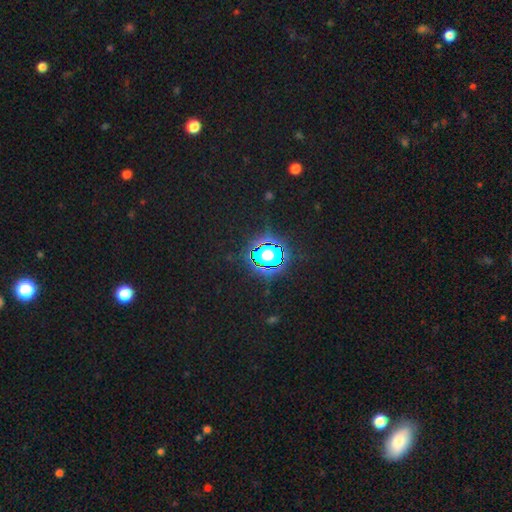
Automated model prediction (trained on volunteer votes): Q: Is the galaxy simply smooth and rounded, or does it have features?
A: star or artifact — 77%.